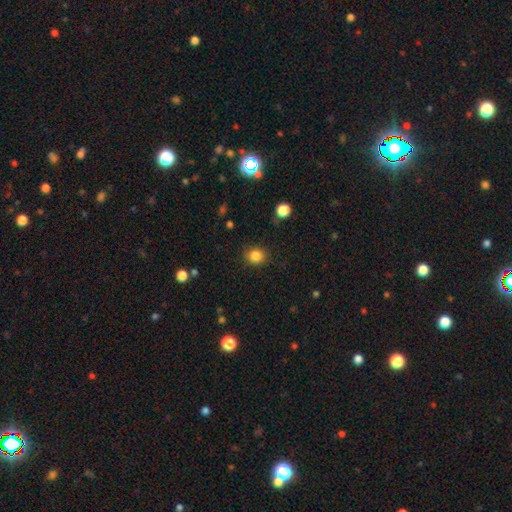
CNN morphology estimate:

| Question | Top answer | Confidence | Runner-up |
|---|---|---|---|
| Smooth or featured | smooth | 84% | star or artifact (11%) |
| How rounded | round | 80% | in between (19%) |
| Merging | none | 86% | minor disturbance (9%) |